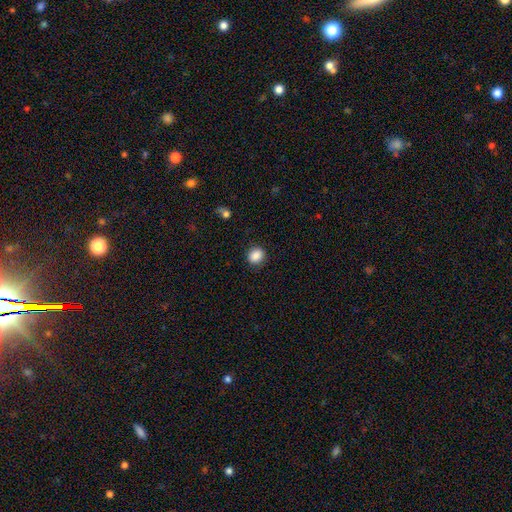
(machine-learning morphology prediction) A smooth galaxy with no disk features (88%) that is round (72%).

Vote fractions:
- Smooth or featured? smooth: 88% / star or artifact: 9% / featured or disk: 3%
- How rounded? round: 72% / in between: 27% / cigar-shaped: 1%
- Merging? none: 89% / minor disturbance: 8% / major disturbance: 2% / merger: 1%